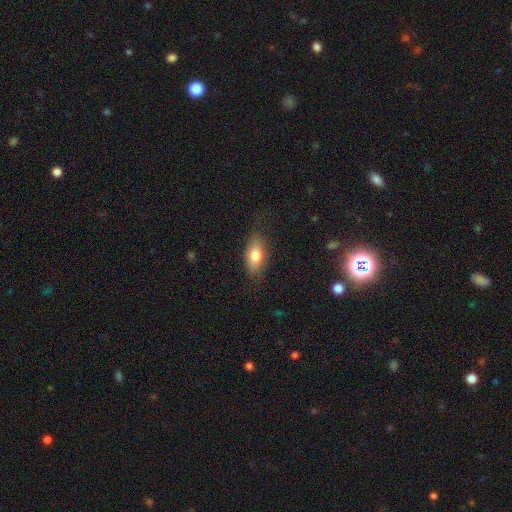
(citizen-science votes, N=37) This is clearly a smooth galaxy (92%). How rounded: likely in between (79%). Merging: possibly none (53%).